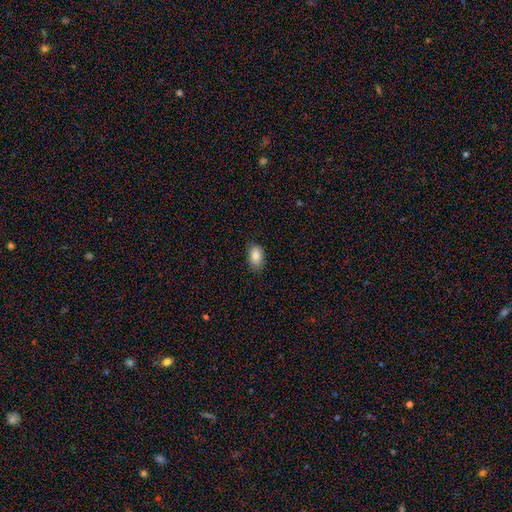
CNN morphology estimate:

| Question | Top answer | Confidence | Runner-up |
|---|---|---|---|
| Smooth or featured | smooth | 86% | star or artifact (8%) |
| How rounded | in between | 87% | round (12%) |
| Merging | none | 81% | minor disturbance (15%) |